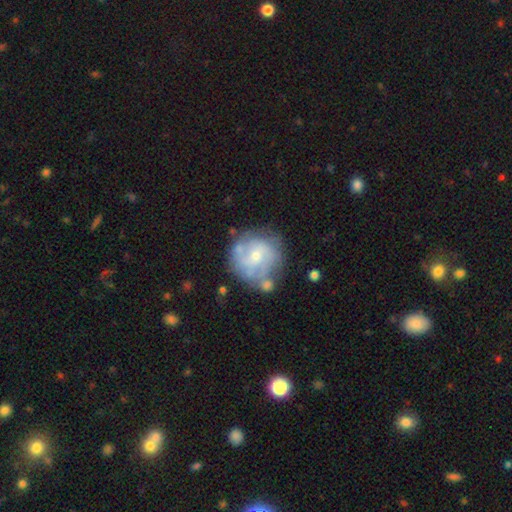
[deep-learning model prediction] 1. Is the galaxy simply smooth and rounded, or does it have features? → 67% featured or disk, 26% smooth, 7% star or artifact.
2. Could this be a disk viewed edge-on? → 97% no, 3% yes.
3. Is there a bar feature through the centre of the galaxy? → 63% no, 31% weak, 6% strong.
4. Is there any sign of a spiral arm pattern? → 75% yes, 25% no.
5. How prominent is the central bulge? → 58% small, 39% moderate, 2% none, 1% large, 1% dominant.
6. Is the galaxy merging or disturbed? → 61% none, 20% minor disturbance, 11% merger, 9% major disturbance.